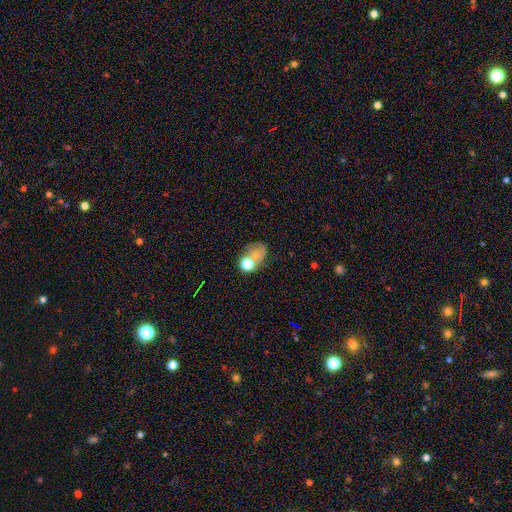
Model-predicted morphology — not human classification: smooth 58%, featured or disk 24%, star or artifact 18%. Down the decision tree: how rounded — round (50%); merging — none (36%, tied with merger).